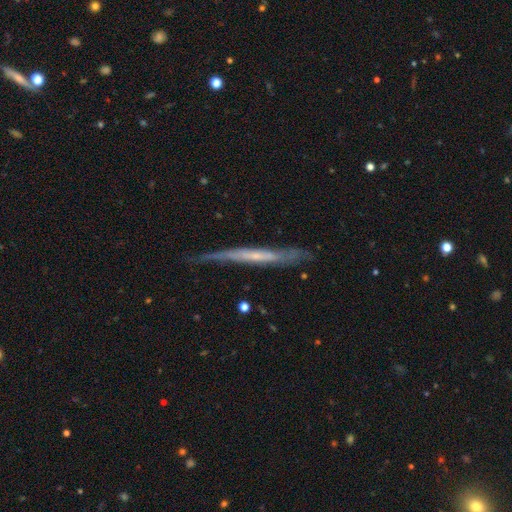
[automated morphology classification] type=featured or disk (67%); edge-on=yes (87%); edge-on bulge=none (72%); merging=none (61%).